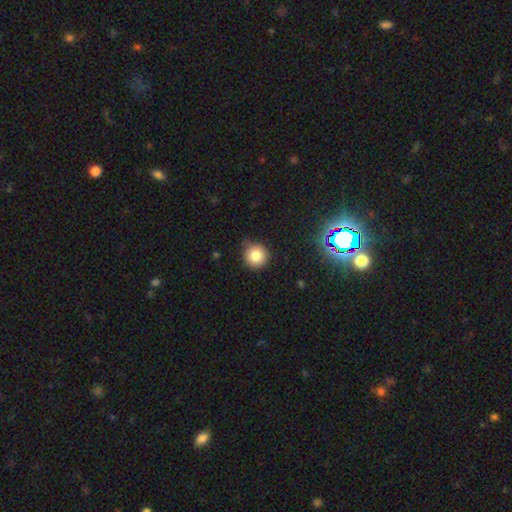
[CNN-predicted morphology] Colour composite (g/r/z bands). It shows a smooth galaxy with no disk features (81%) that is round (94%). Merging: none (81%).